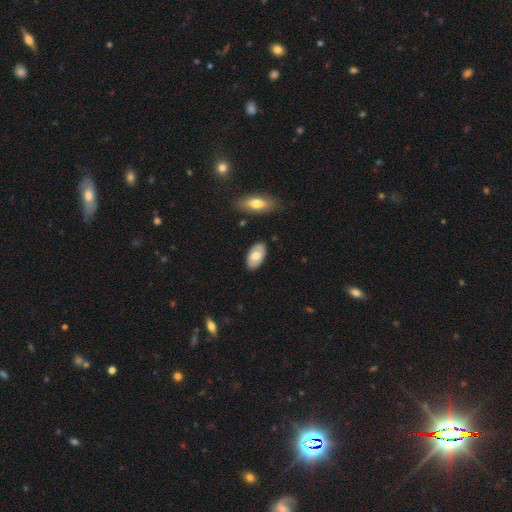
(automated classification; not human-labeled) This appears to be a smooth galaxy with no disk features (63%) that is in between round and cigar-shaped (94%). Merging: none (86%).